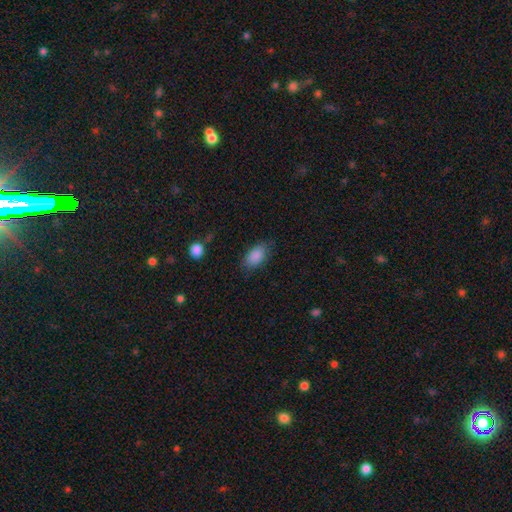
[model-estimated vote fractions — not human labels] A smooth galaxy with no disk features (88%) that is in between round and cigar-shaped (91%). Merging: none (78%).